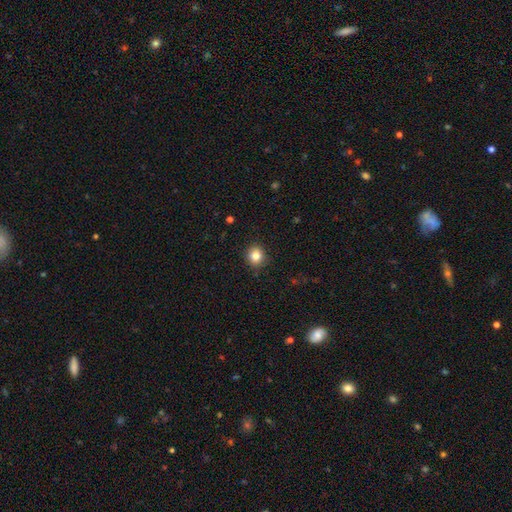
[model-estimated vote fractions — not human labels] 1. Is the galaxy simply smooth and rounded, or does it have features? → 83% smooth, 11% star or artifact, 6% featured or disk.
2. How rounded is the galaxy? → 84% round, 15% in between, 1% cigar-shaped.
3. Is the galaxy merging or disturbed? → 88% none, 9% minor disturbance, 2% major disturbance, 1% merger.